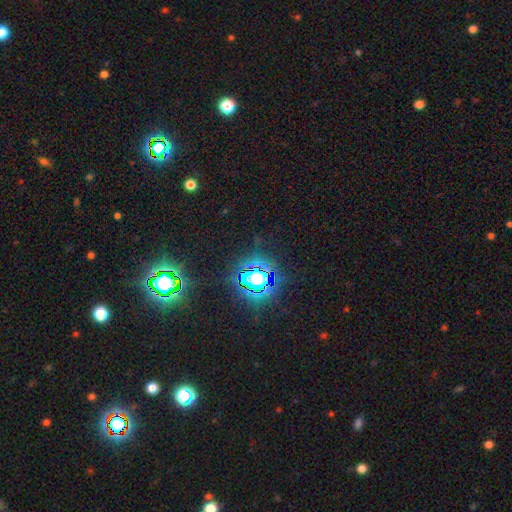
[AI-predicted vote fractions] A star or artifact, not a galaxy (81%).

Vote fractions:
- Smooth or featured? star or artifact: 81% / smooth: 12% / featured or disk: 7%